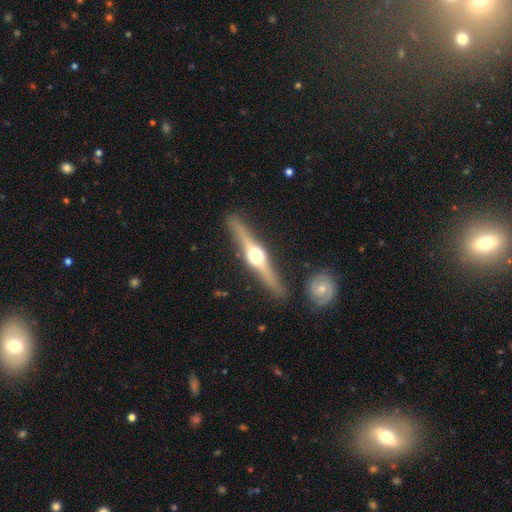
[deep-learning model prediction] This appears to be a featured or disk galaxy (82%) viewed edge-on (97%) with a rounded central bulge (96%). Merging: none (88%).